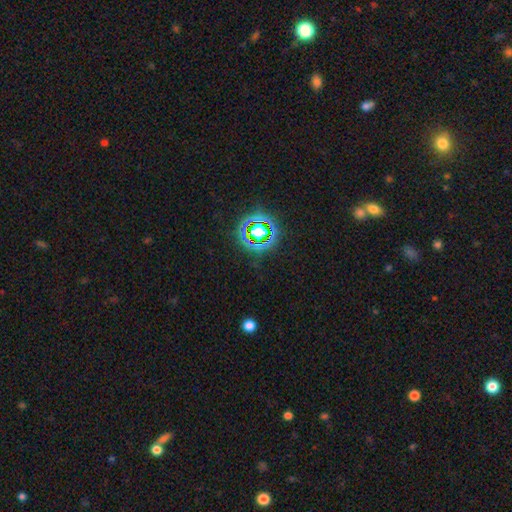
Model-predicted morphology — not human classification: Smooth or featured?
  - star or artifact: 74% *
  - smooth: 17%
  - featured or disk: 10%